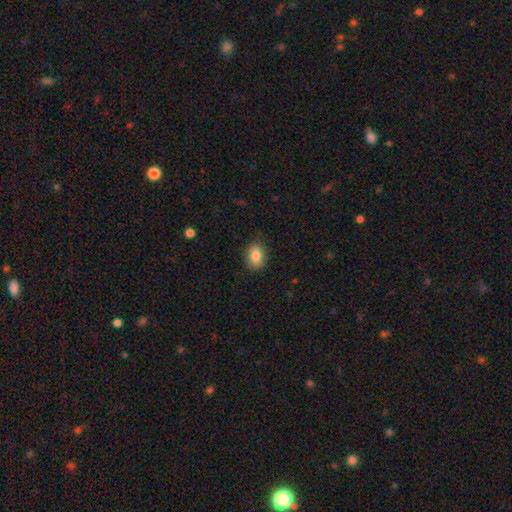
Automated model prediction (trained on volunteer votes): Smooth or featured? Predicted: smooth (p=0.85). How rounded? Predicted: in between (p=0.74). Merging? Predicted: none (p=0.85).